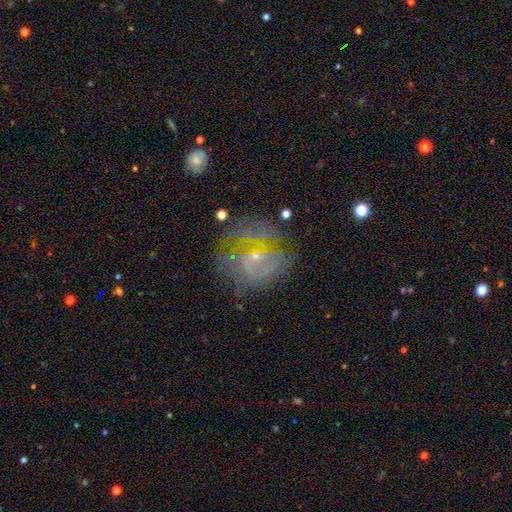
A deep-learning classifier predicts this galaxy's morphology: Smooth or featured? featured or disk (68%)
Edge-on disk? no (97%)
Bar? weak (46%)
Spiral arms? yes (68%)
Bulge size? small (74%)
Merging? none (54%)